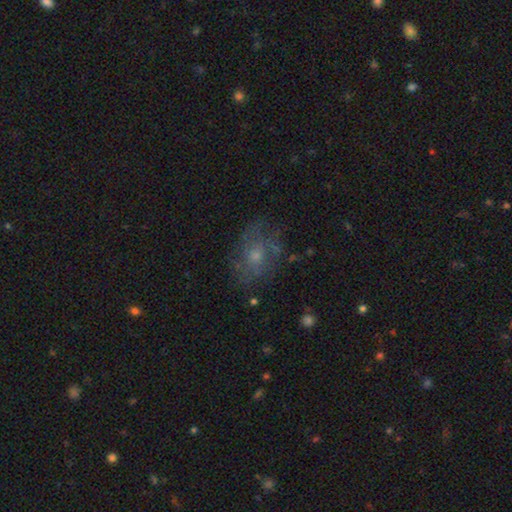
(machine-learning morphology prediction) smooth-or-featured: featured or disk: 51% | smooth: 37% | star or artifact: 12%
  disk-edge-on: no: 96% | yes: 4%
  merging: none: 62% | minor disturbance: 21% | major disturbance: 15% | merger: 2%